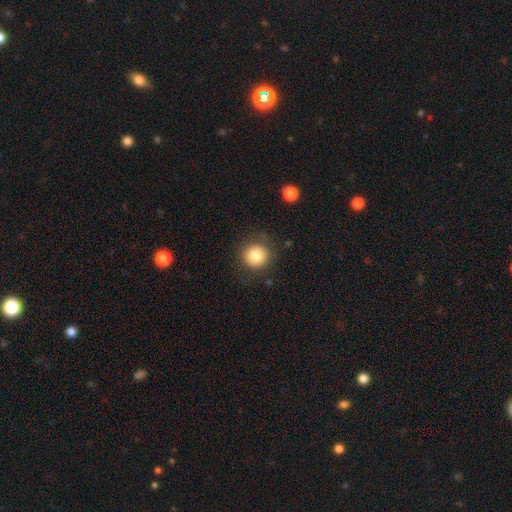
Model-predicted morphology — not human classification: smooth_or_featured: smooth (p=0.81) [alt: star or artifact p=0.11]
how_rounded: round (p=0.93) [alt: in between p=0.06]
merging: none (p=0.85) [alt: minor disturbance p=0.10]